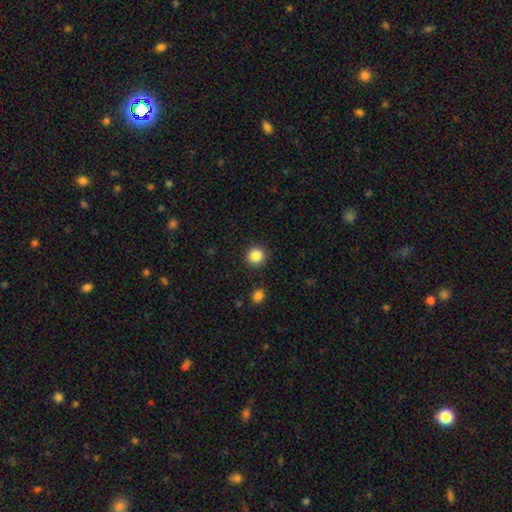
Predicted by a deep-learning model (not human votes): Morphology: type=smooth (87%); roundness=round (92%); merging=none (91%).